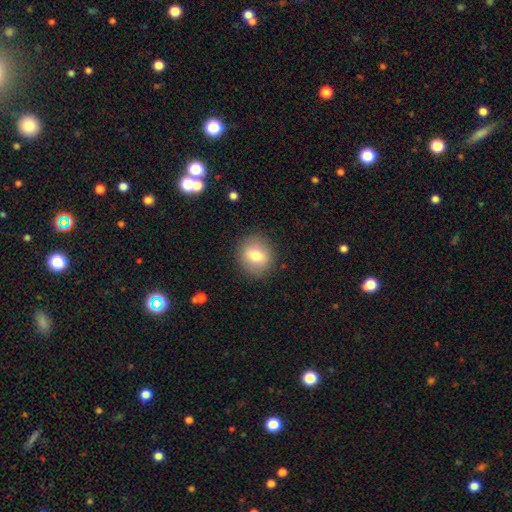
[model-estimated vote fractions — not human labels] smooth-or-featured: smooth: 76% | featured or disk: 15% | star or artifact: 9%
  how-rounded: round: 83% | in between: 16% | cigar-shaped: 1%
  merging: none: 88% | minor disturbance: 8% | major disturbance: 3% | merger: 1%